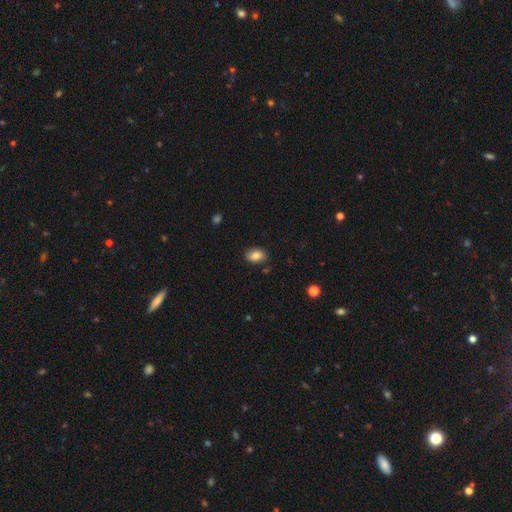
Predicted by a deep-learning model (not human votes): smooth_or_featured: smooth (p=0.84) [alt: star or artifact p=0.09]
how_rounded: in between (p=0.79) [alt: round p=0.20]
merging: none (p=0.84) [alt: minor disturbance p=0.11]